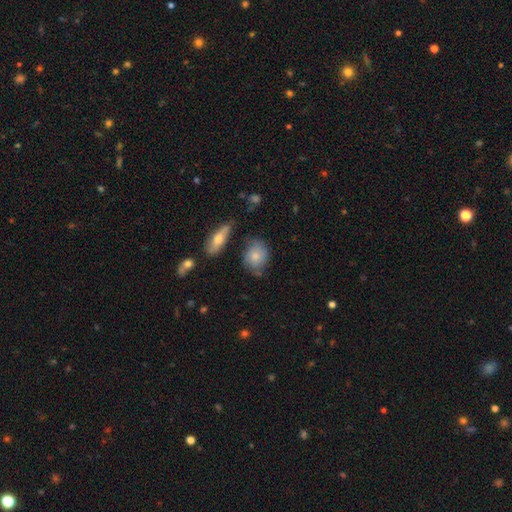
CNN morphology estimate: This appears to be a smooth galaxy with no disk features (75%) that is round (50%). Merging: none (58%).